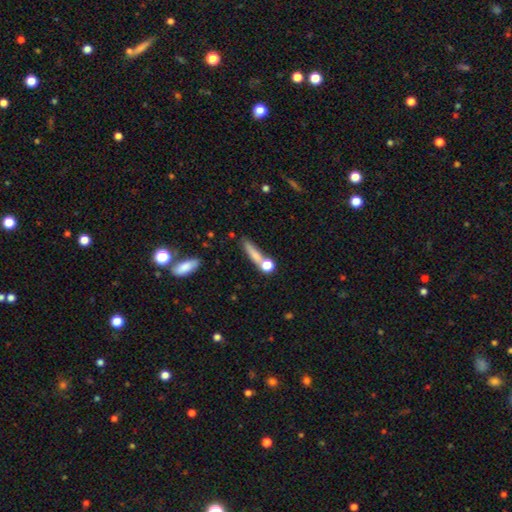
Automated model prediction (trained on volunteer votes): A smooth galaxy with no disk features (70%) that is cigar-shaped (72%).

Vote fractions:
- Smooth or featured? smooth: 70% / featured or disk: 19% / star or artifact: 10%
- How rounded? cigar-shaped: 72% / in between: 15% / round: 13%
- Merging? none: 60% / merger: 19% / minor disturbance: 14% / major disturbance: 6%